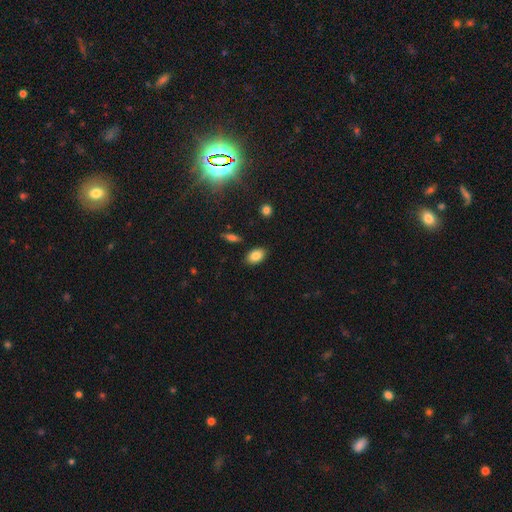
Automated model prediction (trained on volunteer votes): This is clearly a smooth galaxy (84%). How rounded: clearly in between (87%). Merging: clearly none (87%).